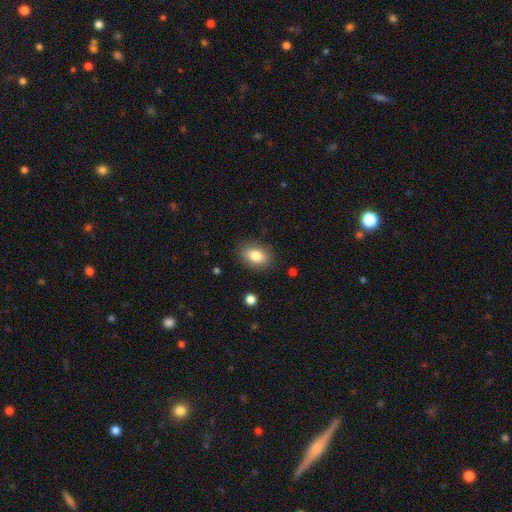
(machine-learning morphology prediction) smooth-or-featured: smooth: 83% | featured or disk: 9% | star or artifact: 8%
  how-rounded: in between: 79% | round: 19% | cigar-shaped: 1%
  merging: none: 86% | minor disturbance: 10% | major disturbance: 3% | merger: 1%